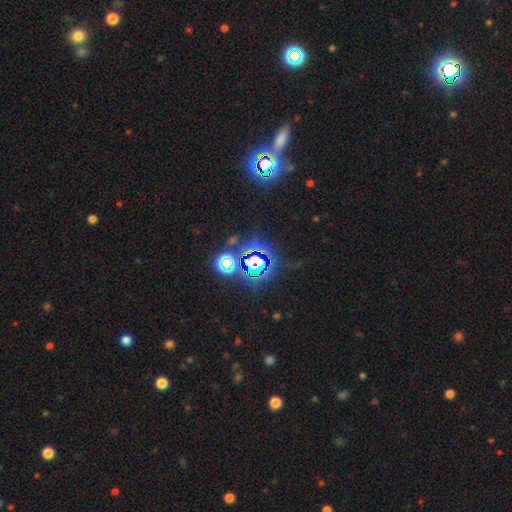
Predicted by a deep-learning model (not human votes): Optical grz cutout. It shows a star or artifact, not a galaxy (81%).